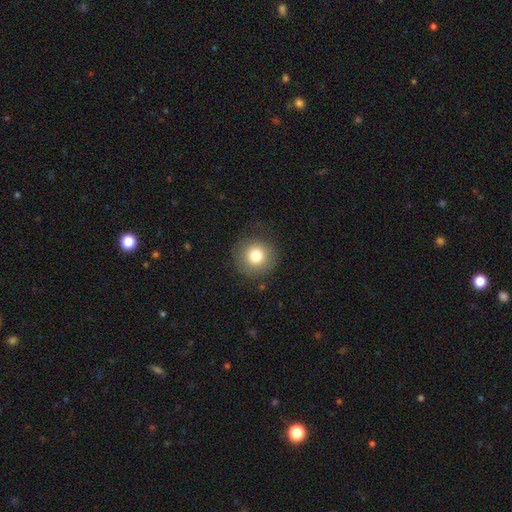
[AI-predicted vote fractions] smooth 78%, star or artifact 11%, featured or disk 11%. Down the decision tree: how rounded — round (94%); merging — none (84%).